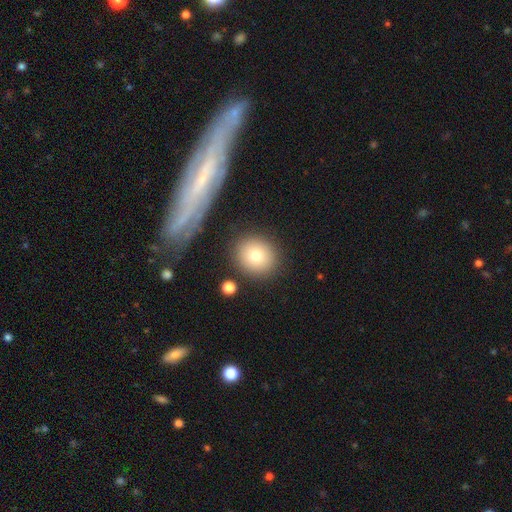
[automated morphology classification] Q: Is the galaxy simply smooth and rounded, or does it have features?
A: smooth — 78%.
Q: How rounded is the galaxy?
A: round — 85%.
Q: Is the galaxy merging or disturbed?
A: none — 85%.